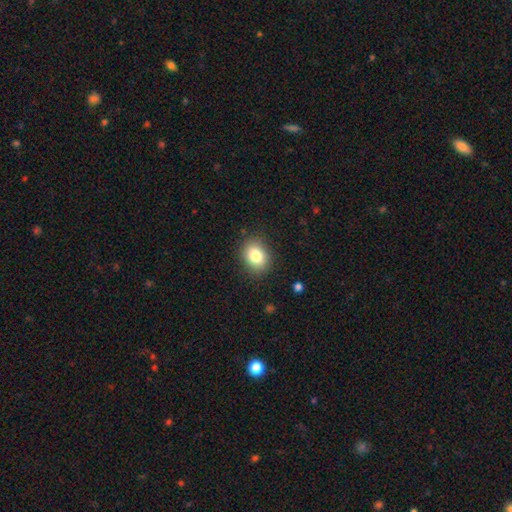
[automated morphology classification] Q: Smooth or featured?
A: smooth (82%); runner-up: star or artifact (9%)
Q: How rounded?
A: in between (54%); runner-up: round (45%)
Q: Merging?
A: none (87%); runner-up: minor disturbance (9%)